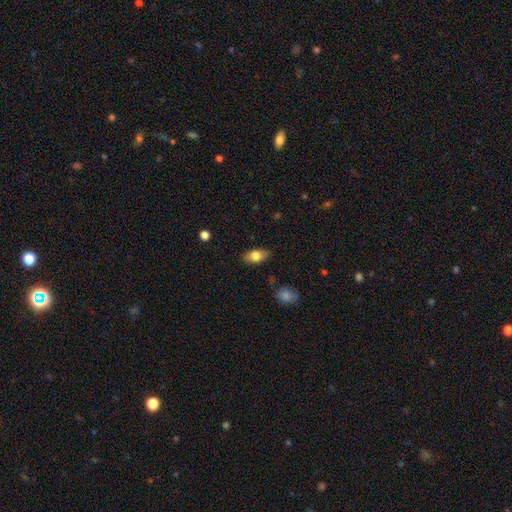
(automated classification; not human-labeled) A smooth galaxy with no disk features (77%) that is in between round and cigar-shaped (89%).

Vote fractions:
- Smooth or featured? smooth: 77% / featured or disk: 16% / star or artifact: 7%
- How rounded? in between: 89% / round: 6% / cigar-shaped: 5%
- Merging? none: 86% / minor disturbance: 10% / major disturbance: 2% / merger: 1%